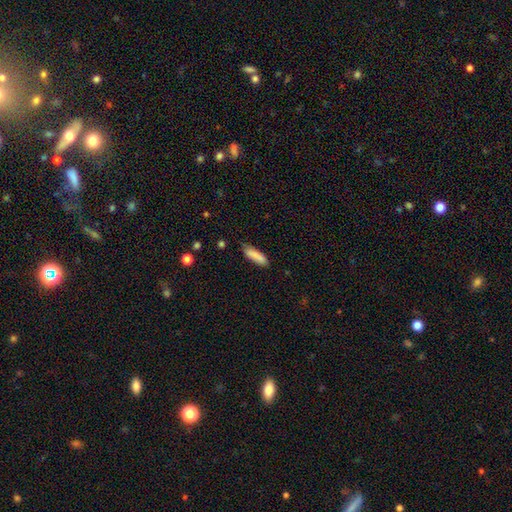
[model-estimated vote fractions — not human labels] Overall: smooth (86%). How rounded: cigar-shaped (61%; in between 38%). Merging: none (71%).